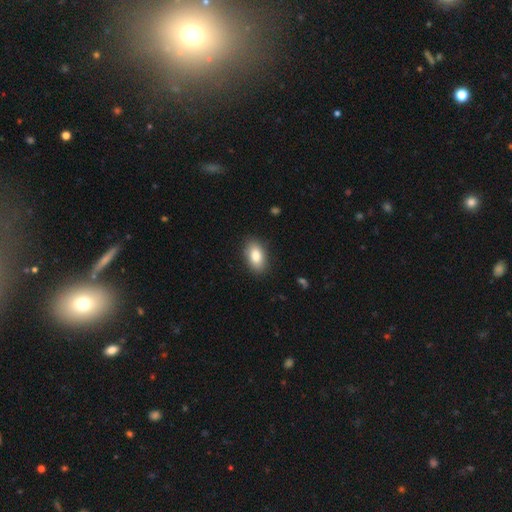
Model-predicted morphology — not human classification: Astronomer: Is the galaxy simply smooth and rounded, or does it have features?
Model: smooth — 85%.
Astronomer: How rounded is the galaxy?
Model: in between — 92%.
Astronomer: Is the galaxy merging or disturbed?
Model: none — 86%.